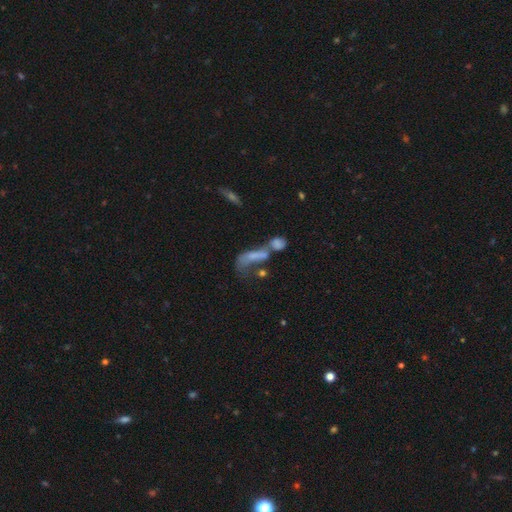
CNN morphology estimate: smooth 45%, featured or disk 38%, star or artifact 17%. Down the decision tree: merging — merger (57%).